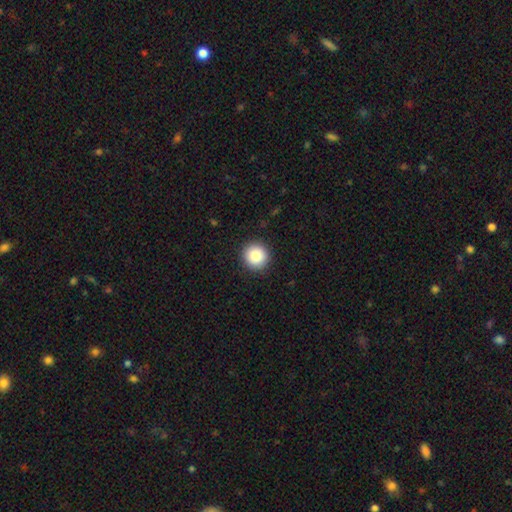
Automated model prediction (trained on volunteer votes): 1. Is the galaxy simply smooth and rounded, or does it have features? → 87% smooth, 8% star or artifact, 5% featured or disk.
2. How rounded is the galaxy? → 95% round, 4% in between, 1% cigar-shaped.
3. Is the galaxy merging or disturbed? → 92% none, 5% minor disturbance, 2% major disturbance, 1% merger.